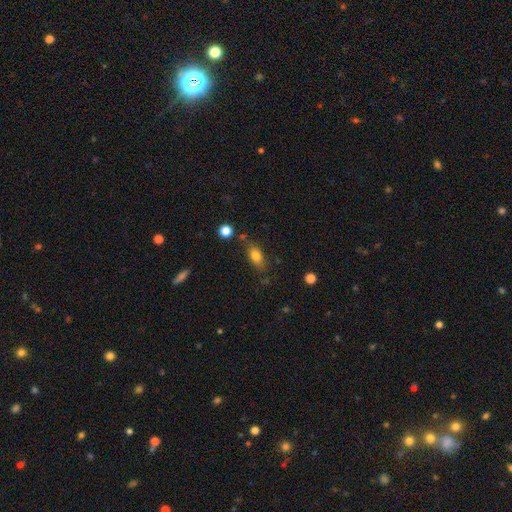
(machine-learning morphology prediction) smooth 80%, featured or disk 11%, star or artifact 10%. Down the decision tree: how rounded — in between (81%); merging — none (72%).